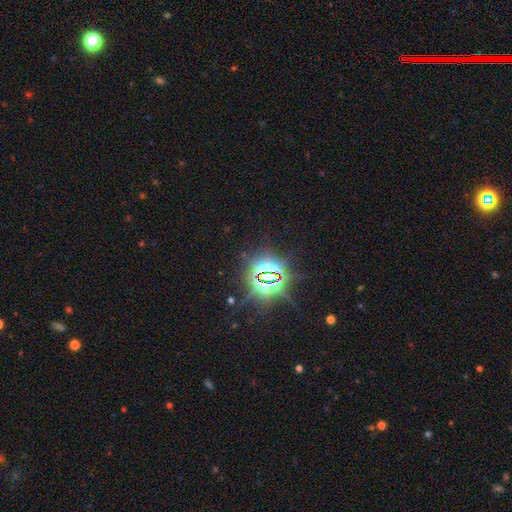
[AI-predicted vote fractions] Smooth or featured? star or artifact (85%)